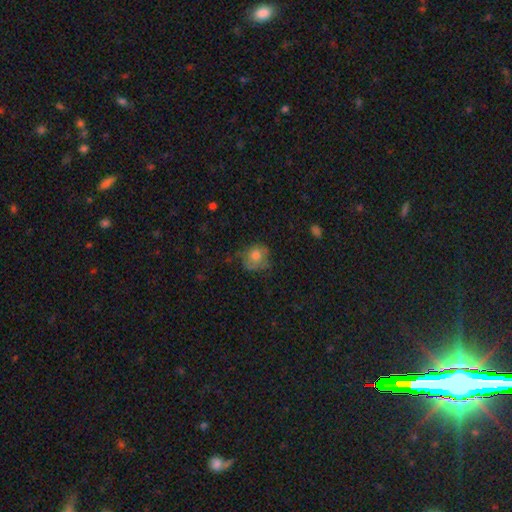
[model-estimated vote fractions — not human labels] Morphology: type=smooth (67%); roundness=round (67%); merging=none (48%).